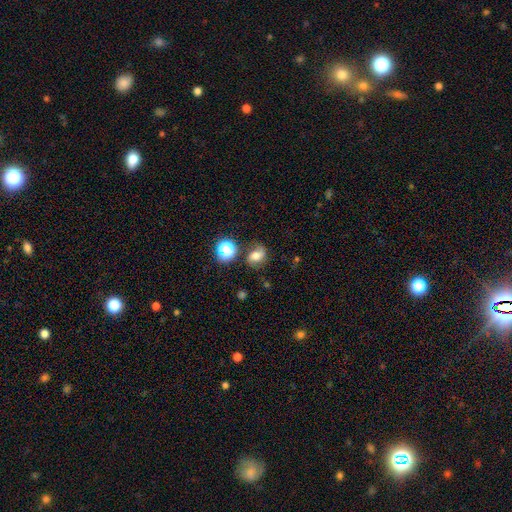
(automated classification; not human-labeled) Overall: smooth (51%; featured or disk 32%). How rounded: round (50%; in between 49%). Merging: none (68%).